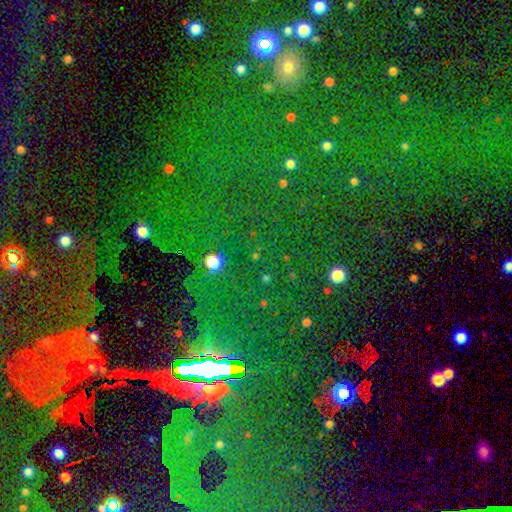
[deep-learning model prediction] smooth_or_featured: star or artifact (p=0.69) [alt: smooth p=0.23]